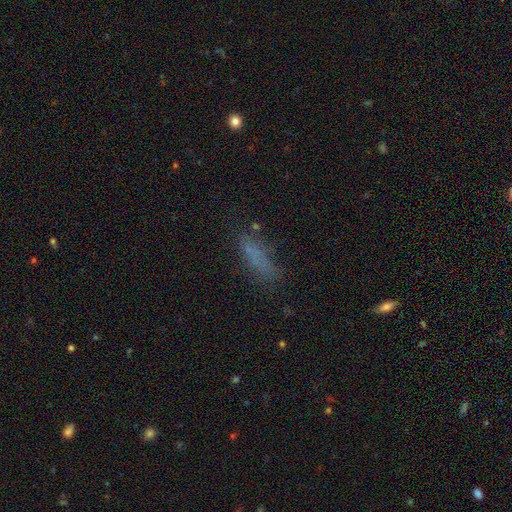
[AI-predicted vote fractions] Smooth or featured: smooth — 67% (featured or disk — 17%)
How rounded: cigar-shaped — 61% (in between — 36%)
Merging: none — 64% (minor disturbance — 21%)